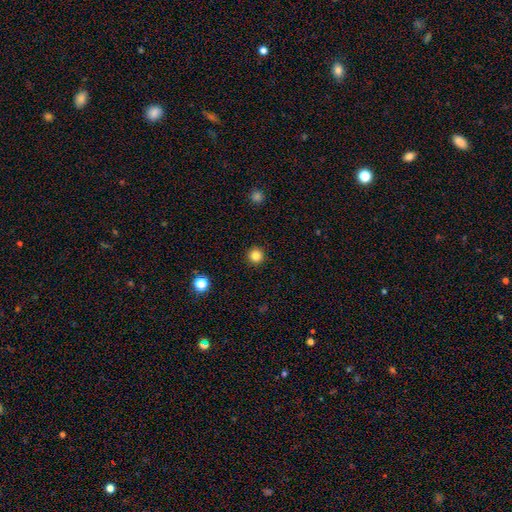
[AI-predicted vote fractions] A smooth galaxy with no disk features (83%) that is round (96%). Merging: none (93%).